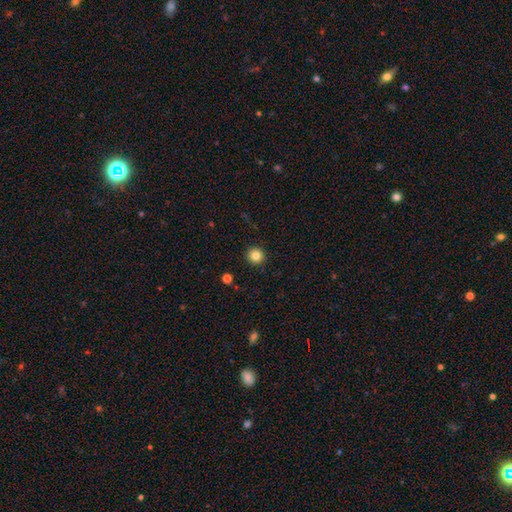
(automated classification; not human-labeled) This is clearly a smooth galaxy (83%). How rounded: clearly round (95%). Merging: clearly none (93%).